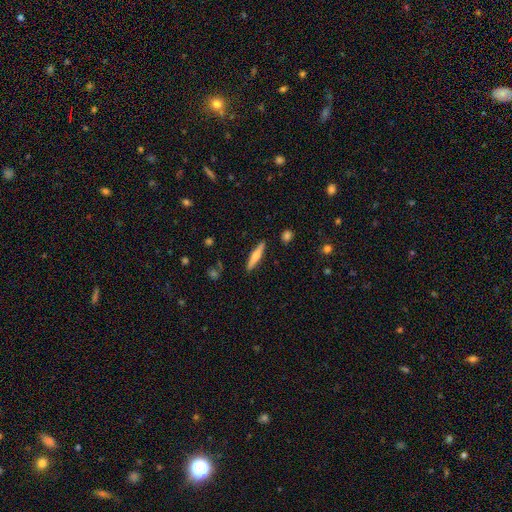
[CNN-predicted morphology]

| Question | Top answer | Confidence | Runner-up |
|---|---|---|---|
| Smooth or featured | featured or disk | 48% | smooth (46%) |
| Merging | none | 90% | minor disturbance (7%) |